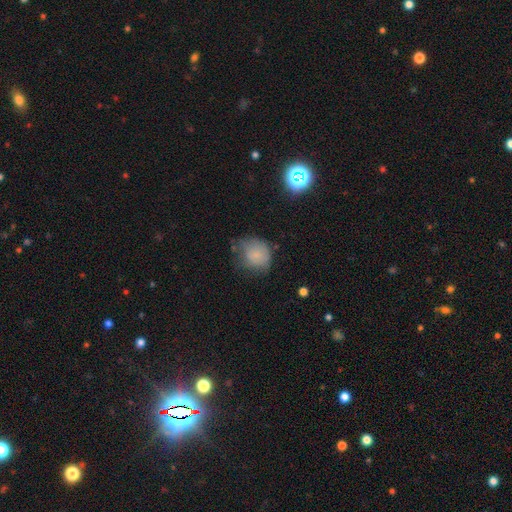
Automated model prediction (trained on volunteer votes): smooth-or-featured: smooth: 75% | featured or disk: 13% | star or artifact: 12%
  how-rounded: round: 73% | in between: 26% | cigar-shaped: 1%
  merging: none: 44% | minor disturbance: 36% | major disturbance: 17% | merger: 3%